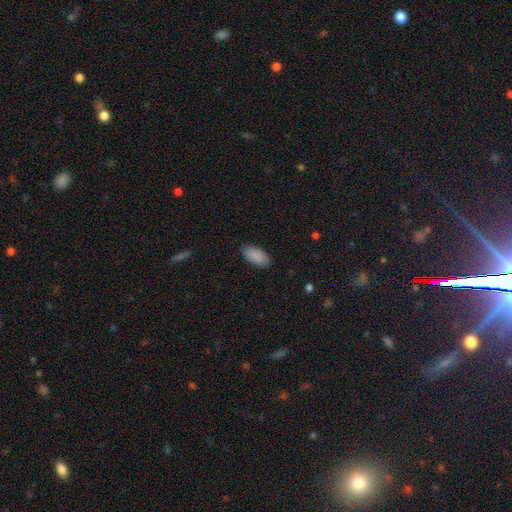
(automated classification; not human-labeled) Morphology: type=smooth (90%); roundness=in between (94%); merging=none (86%).